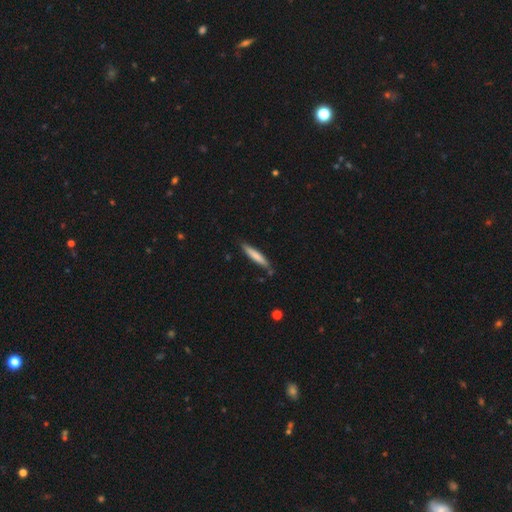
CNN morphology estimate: smooth_or_featured: smooth (p=0.74) [alt: featured or disk p=0.21]
how_rounded: cigar-shaped (p=0.92) [alt: in between p=0.07]
merging: none (p=0.82) [alt: minor disturbance p=0.13]